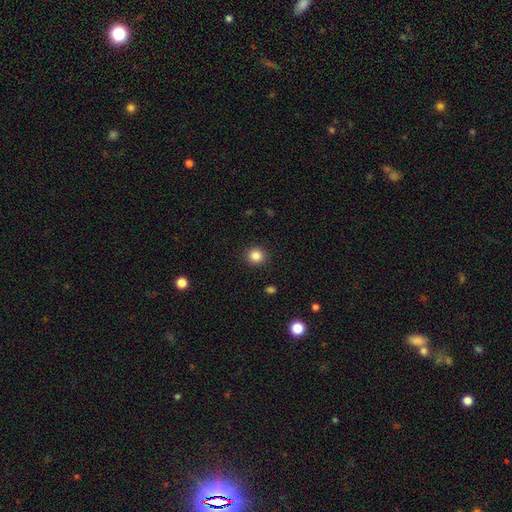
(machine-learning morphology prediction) Smooth or featured?
  - smooth: 85% *
  - star or artifact: 11%
  - featured or disk: 4%
How rounded?
  - round: 91% *
  - in between: 8%
  - cigar-shaped: 1%
Merging?
  - none: 92% *
  - minor disturbance: 5%
  - major disturbance: 2%
  - merger: 1%